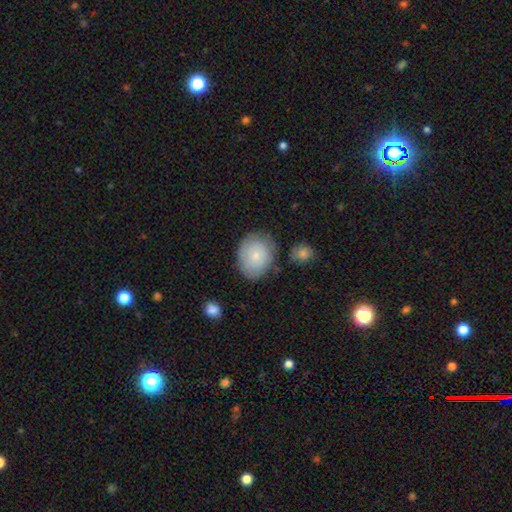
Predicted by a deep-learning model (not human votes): Q: Smooth or featured?
A: smooth (76%); runner-up: featured or disk (17%)
Q: How rounded?
A: in between (53%); runner-up: round (46%)
Q: Merging?
A: none (74%); runner-up: minor disturbance (18%)